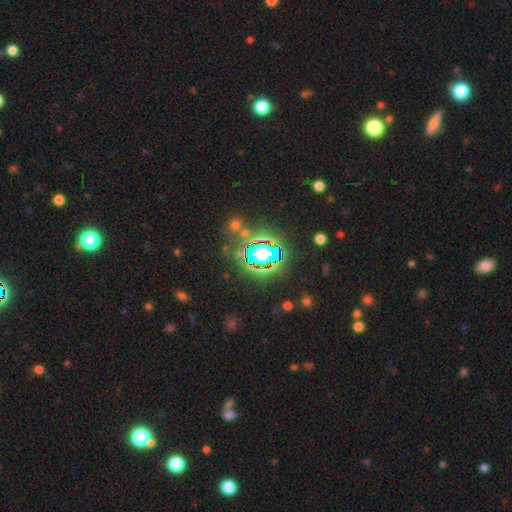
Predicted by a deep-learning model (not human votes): A star or artifact, not a galaxy (77%).

Vote fractions:
- Smooth or featured? star or artifact: 77% / smooth: 14% / featured or disk: 9%